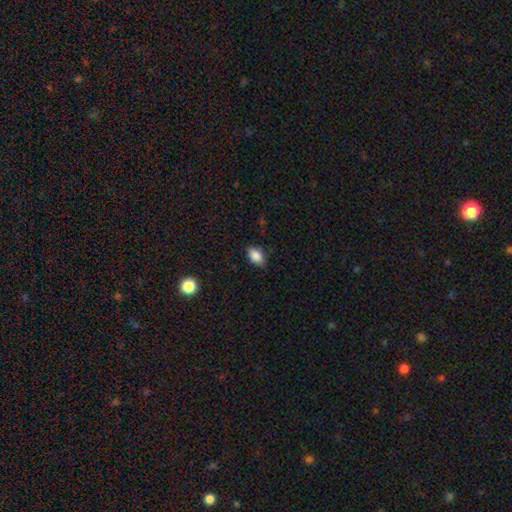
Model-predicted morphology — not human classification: smooth 87%, star or artifact 9%, featured or disk 5%. Down the decision tree: how rounded — in between (85%); merging — none (82%).